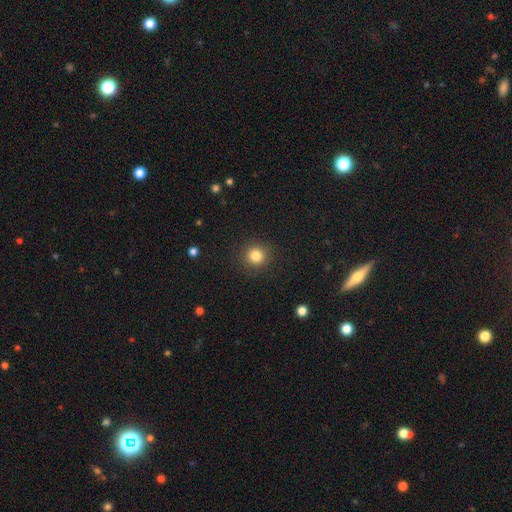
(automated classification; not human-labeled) The model was most divided on "smooth or featured": smooth: 83%, star or artifact: 12%, featured or disk: 6%. More confident: how rounded — round (92%); merging — none (90%).